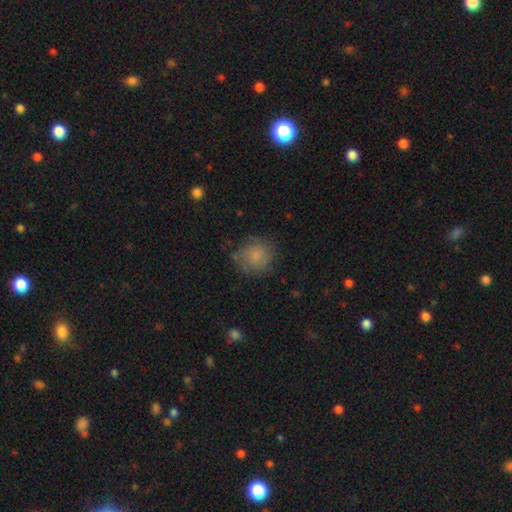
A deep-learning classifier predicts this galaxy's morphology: type=smooth (77%); roundness=round (88%); merging=none (67%).